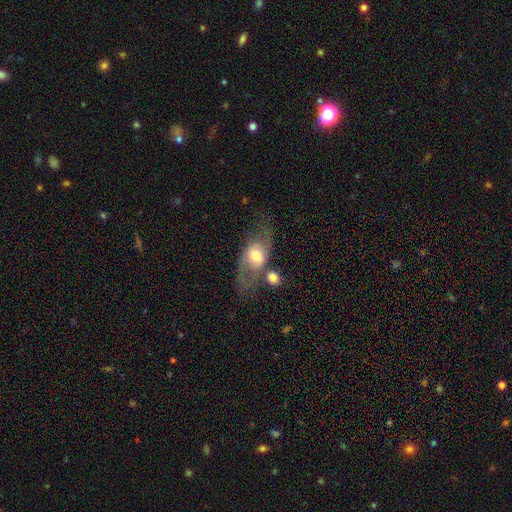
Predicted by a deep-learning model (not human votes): This appears to be a featured or disk galaxy (56%). Merging: none (46%).